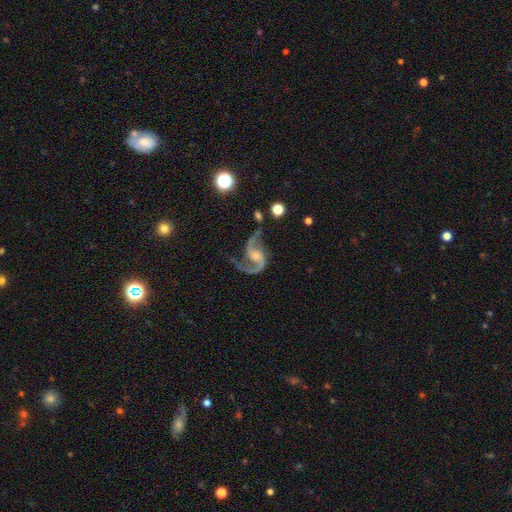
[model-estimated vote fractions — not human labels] smooth_or_featured: featured or disk (p=0.91) [alt: star or artifact p=0.05]
disk_edge_on: no (p=0.98) [alt: yes p=0.02]
bar: no (p=0.59) [alt: weak p=0.32]
has_spiral_arms: yes (p=0.98) [alt: no p=0.02]
spiral_winding: loose (p=0.51) [alt: medium p=0.42]
spiral_arm_count: 2 (p=0.91) [alt: 1 p=0.04]
bulge_size: small (p=0.53) [alt: moderate p=0.34]
merging: none (p=0.57) [alt: major disturbance p=0.19]